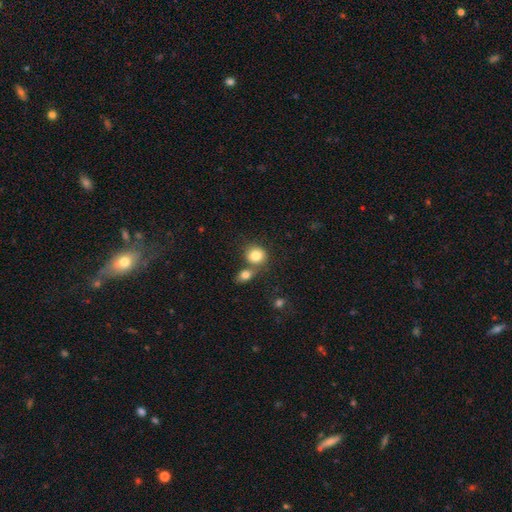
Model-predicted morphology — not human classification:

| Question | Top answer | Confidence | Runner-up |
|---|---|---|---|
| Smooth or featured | smooth | 82% | star or artifact (9%) |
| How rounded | round | 75% | in between (24%) |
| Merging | none | 50% | merger (37%) |